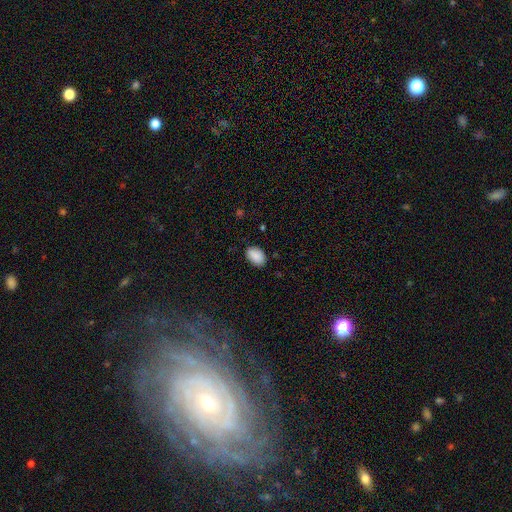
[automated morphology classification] smooth-or-featured: smooth: 90% | star or artifact: 7% | featured or disk: 3%
  how-rounded: in between: 87% | round: 12% | cigar-shaped: 1%
  merging: none: 83% | minor disturbance: 14% | major disturbance: 3% | merger: 1%